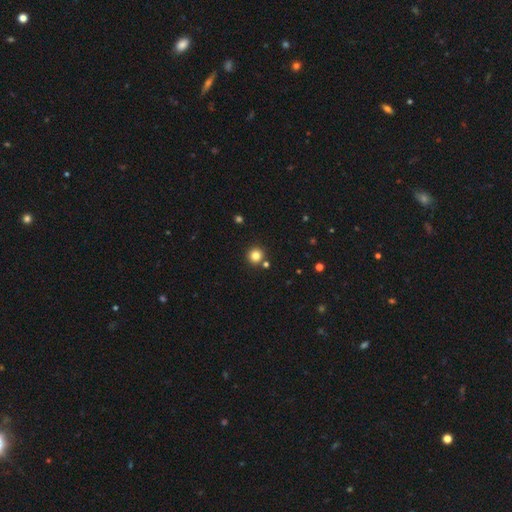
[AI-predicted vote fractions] Q: Smooth or featured?
A: smooth (82%); runner-up: star or artifact (13%)
Q: How rounded?
A: round (94%); runner-up: in between (5%)
Q: Merging?
A: none (85%); runner-up: merger (7%)